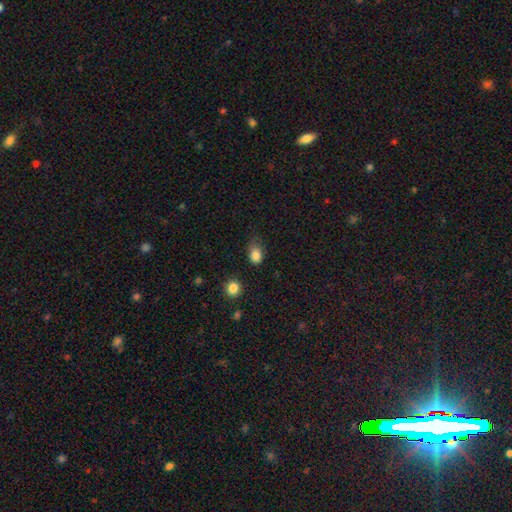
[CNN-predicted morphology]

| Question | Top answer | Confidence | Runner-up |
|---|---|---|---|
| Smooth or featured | smooth | 84% | star or artifact (11%) |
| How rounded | in between | 69% | round (30%) |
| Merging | none | 53% | minor disturbance (35%) |